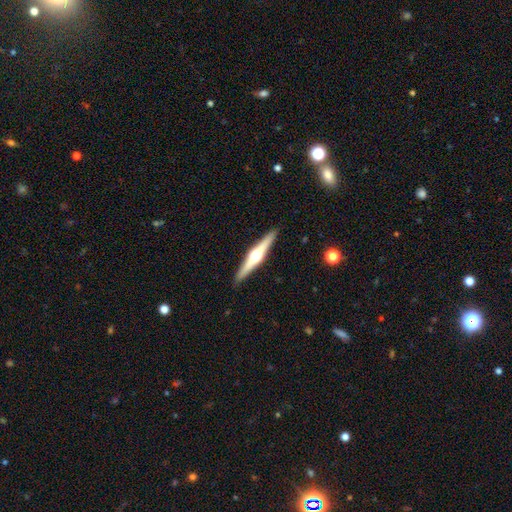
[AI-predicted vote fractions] A featured or disk galaxy (73%) viewed edge-on (98%) with a rounded central bulge (94%).

Vote fractions:
- Smooth or featured? featured or disk: 73% / smooth: 22% / star or artifact: 5%
- Edge-on disk? yes: 98% / no: 2%
- Edge-on bulge? rounded: 94% / boxy: 3% / none: 2%
- Merging? none: 92% / minor disturbance: 6% / major disturbance: 1% / merger: 1%